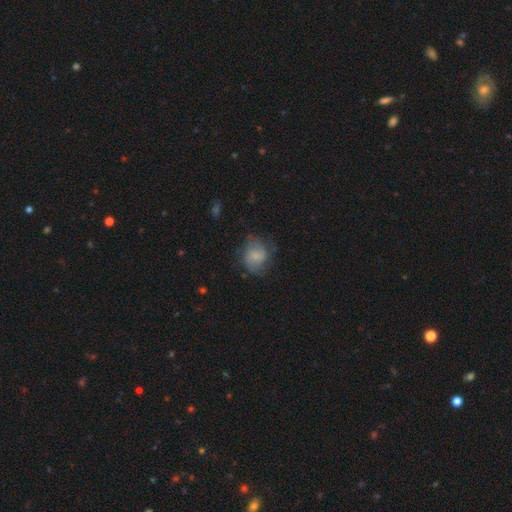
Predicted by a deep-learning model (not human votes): Morphology: type=smooth (54%); roundness=round (62%); merging=none (58%).